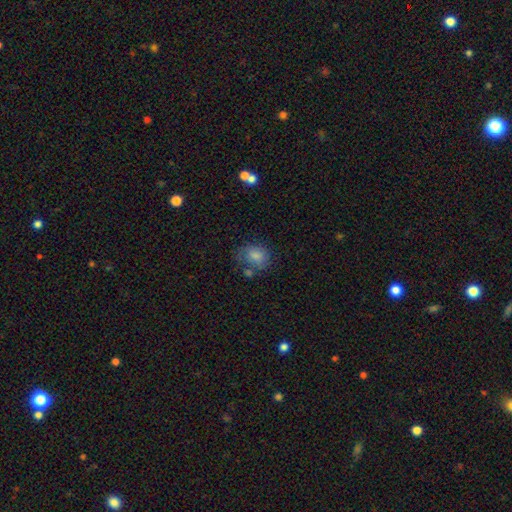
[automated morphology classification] Smooth or featured?
  - smooth: 77% *
  - featured or disk: 14%
  - star or artifact: 9%
How rounded?
  - in between: 55% *
  - round: 43%
  - cigar-shaped: 1%
Merging?
  - none: 46% *
  - minor disturbance: 26%
  - major disturbance: 15%
  - merger: 13%